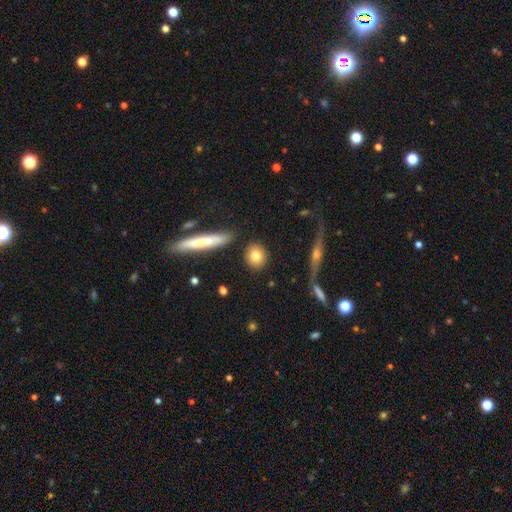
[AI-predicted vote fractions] Smooth or featured?
  - smooth: 81% *
  - featured or disk: 11%
  - star or artifact: 8%
How rounded?
  - round: 74% *
  - in between: 21%
  - cigar-shaped: 4%
Merging?
  - none: 88% *
  - minor disturbance: 7%
  - merger: 3%
  - major disturbance: 2%